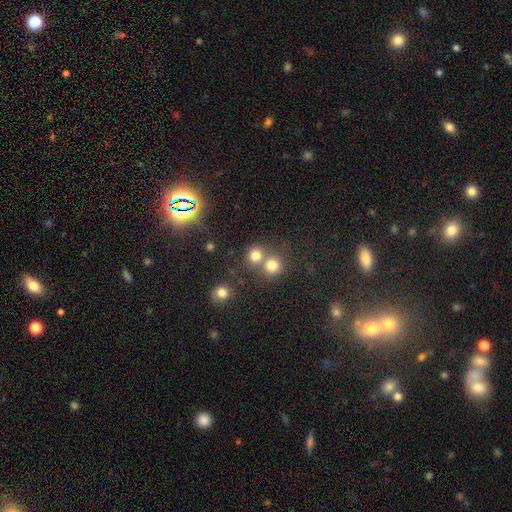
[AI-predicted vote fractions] Q: Smooth or featured?
A: smooth (77%); runner-up: star or artifact (16%)
Q: How rounded?
A: round (86%); runner-up: in between (13%)
Q: Merging?
A: none (52%); runner-up: merger (39%)